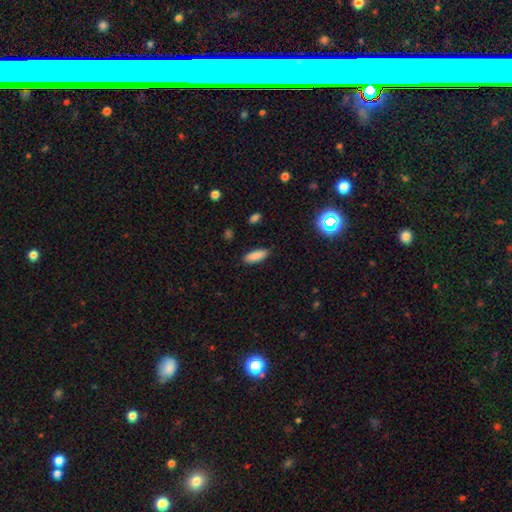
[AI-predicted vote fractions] Smooth or featured? Predicted: smooth (p=0.88). How rounded? Predicted: in between (p=0.66). Merging? Predicted: none (p=0.88).